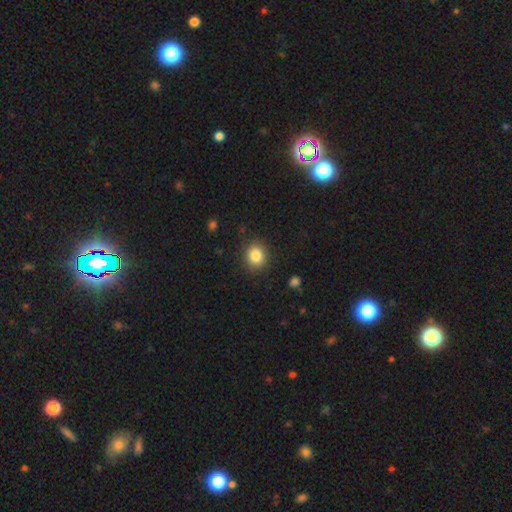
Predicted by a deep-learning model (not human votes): smooth-or-featured: smooth: 85% | star or artifact: 10% | featured or disk: 6%
  how-rounded: round: 75% | in between: 25% | cigar-shaped: 1%
  merging: none: 87% | minor disturbance: 9% | major disturbance: 3% | merger: 1%